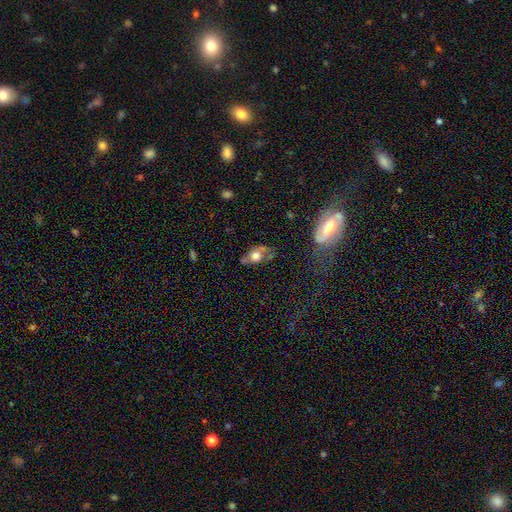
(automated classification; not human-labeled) The model was most divided on "merging": none: 46%, minor disturbance: 28%, major disturbance: 17%, merger: 10%. More confident: how rounded — in between (69%); smooth or featured — smooth (54%).